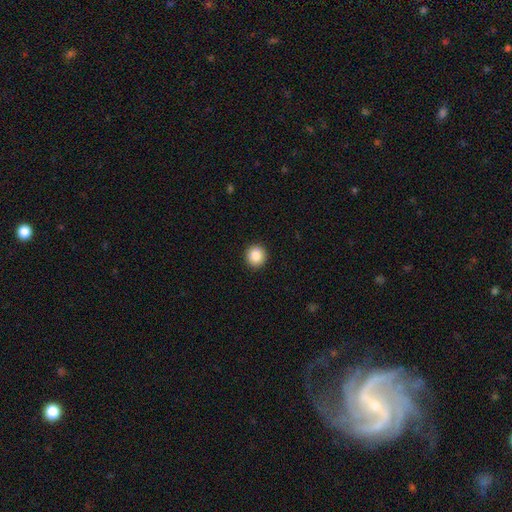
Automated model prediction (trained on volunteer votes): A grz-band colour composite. It shows a smooth galaxy with no disk features (86%) that is round (93%). Merging: none (93%).